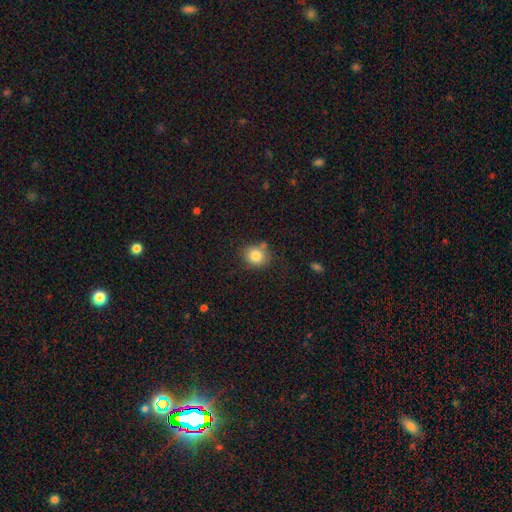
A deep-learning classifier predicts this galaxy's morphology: A smooth galaxy with no disk features (84%) that is round (72%). Merging: none (74%).